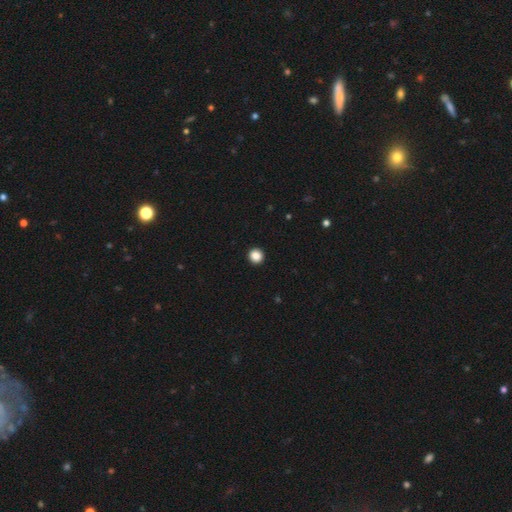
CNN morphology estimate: This is clearly a smooth galaxy (87%). How rounded: clearly round (94%). Merging: clearly none (94%).